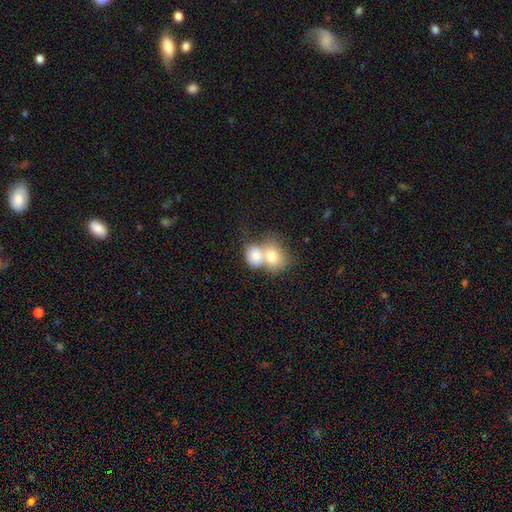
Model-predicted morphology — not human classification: Overall: smooth (77%). How rounded: round (57%; in between 41%). Merging: merger (70%).